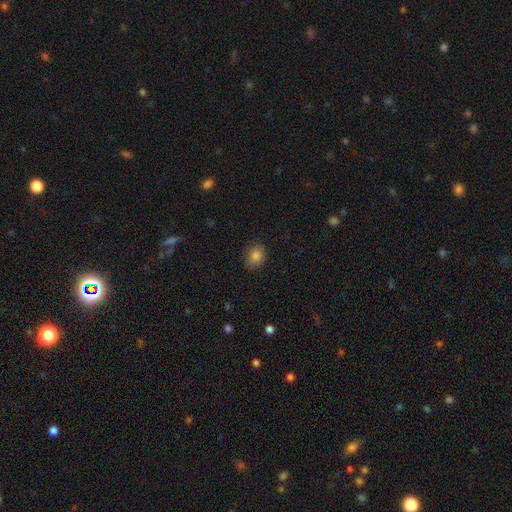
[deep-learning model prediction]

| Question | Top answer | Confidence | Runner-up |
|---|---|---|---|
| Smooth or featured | smooth | 84% | star or artifact (10%) |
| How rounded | in between | 50% | round (49%) |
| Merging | none | 81% | minor disturbance (15%) |